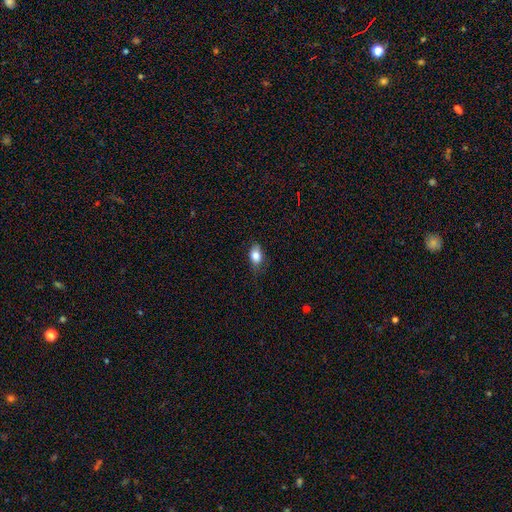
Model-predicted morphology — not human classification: smooth 81%, featured or disk 10%, star or artifact 8%. Down the decision tree: how rounded — in between (82%); merging — none (67%).